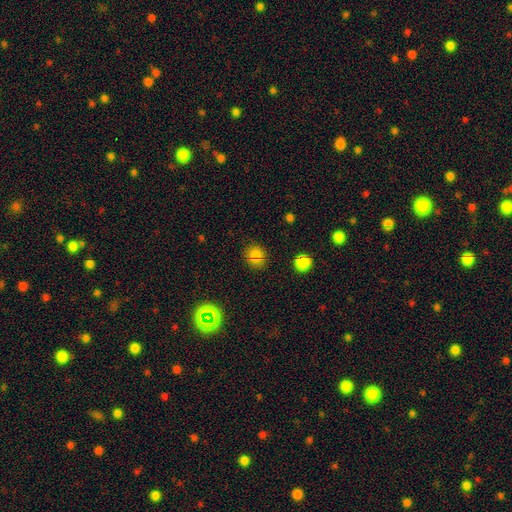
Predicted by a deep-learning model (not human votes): A smooth galaxy with no disk features (75%) that is round (76%). Merging: none (79%).